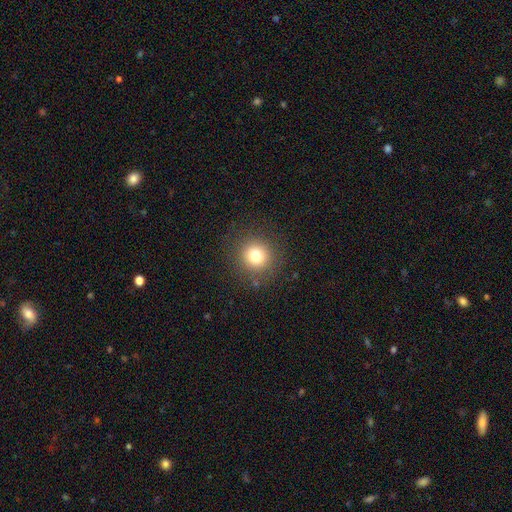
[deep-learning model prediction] Morphology: type=smooth (78%); roundness=round (93%); merging=none (88%).